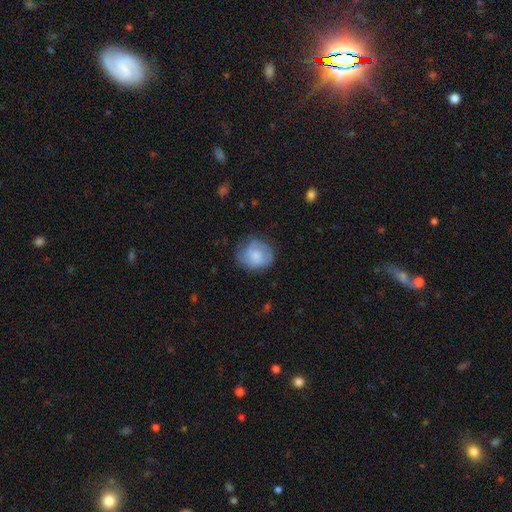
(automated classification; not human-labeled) Q: Smooth or featured?
A: smooth (65%); runner-up: featured or disk (28%)
Q: How rounded?
A: round (71%); runner-up: in between (28%)
Q: Merging?
A: none (61%); runner-up: minor disturbance (27%)